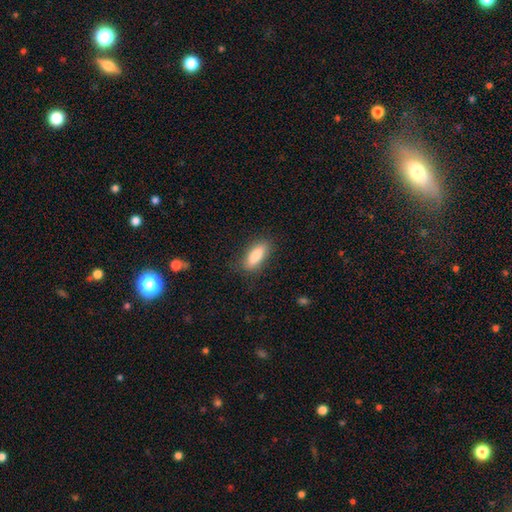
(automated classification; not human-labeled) smooth_or_featured: smooth (p=0.85) [alt: featured or disk p=0.08]
how_rounded: in between (p=0.69) [alt: cigar-shaped p=0.29]
merging: none (p=0.82) [alt: minor disturbance p=0.13]